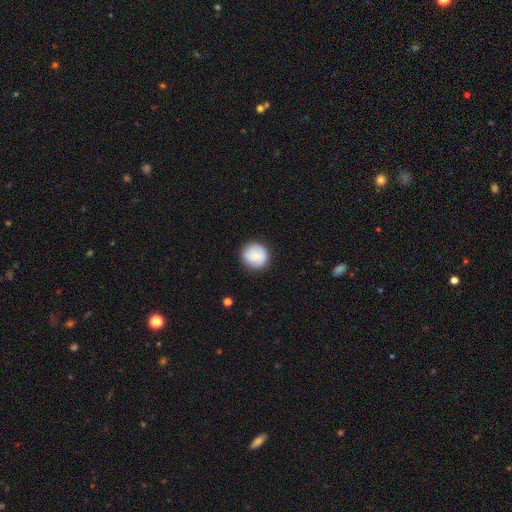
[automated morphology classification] Smooth or featured? Predicted: smooth (p=0.73). How rounded? Predicted: round (p=0.92). Merging? Predicted: none (p=0.87).